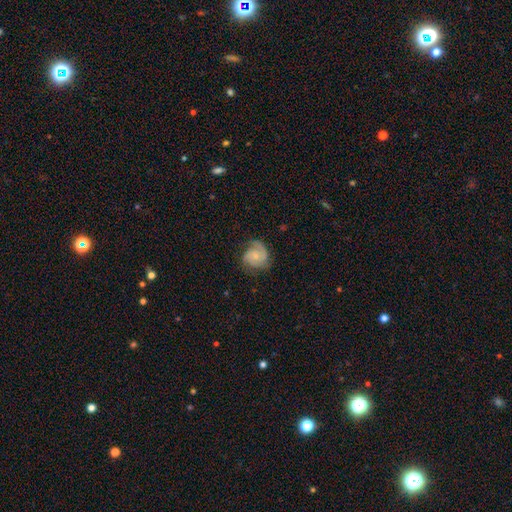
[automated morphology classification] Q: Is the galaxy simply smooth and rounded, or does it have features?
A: featured or disk — 73%.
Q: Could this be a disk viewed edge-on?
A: no — 98%.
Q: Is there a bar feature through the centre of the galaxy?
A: no — 73%.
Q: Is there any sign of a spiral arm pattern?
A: yes — 95%.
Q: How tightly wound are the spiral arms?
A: tight — 45%.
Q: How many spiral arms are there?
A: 2 — 52%.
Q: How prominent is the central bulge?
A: small — 61%.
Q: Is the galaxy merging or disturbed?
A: none — 67%.